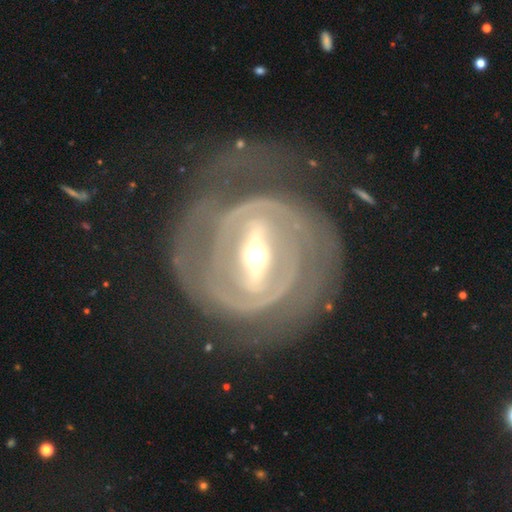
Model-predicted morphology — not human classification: smooth-or-featured: featured or disk: 89% | smooth: 7% | star or artifact: 4%
  disk-edge-on: no: 93% | yes: 7%
    bar: strong: 76% | weak: 16% | no: 7%
    has-spiral-arms: yes: 81% | no: 19%
      spiral-winding: tight: 63% | medium: 26% | loose: 12%
      spiral-arm-count: 2: 61% | can't tell: 19% | 3: 7% | 1: 6% | 4: 4% | more than 4: 3%
    bulge-size: moderate: 58% | small: 35% | large: 5% | dominant: 1% | none: 1%
  merging: none: 61% | major disturbance: 19% | minor disturbance: 16% | merger: 4%